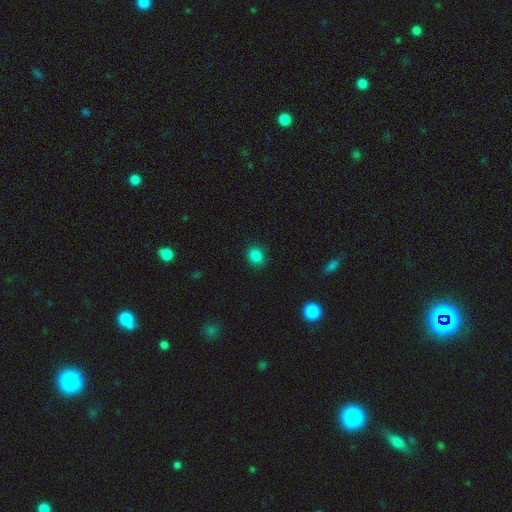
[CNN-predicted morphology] Smooth or featured? Predicted: smooth (p=0.84). How rounded? Predicted: round (p=0.64). Merging? Predicted: none (p=0.88).